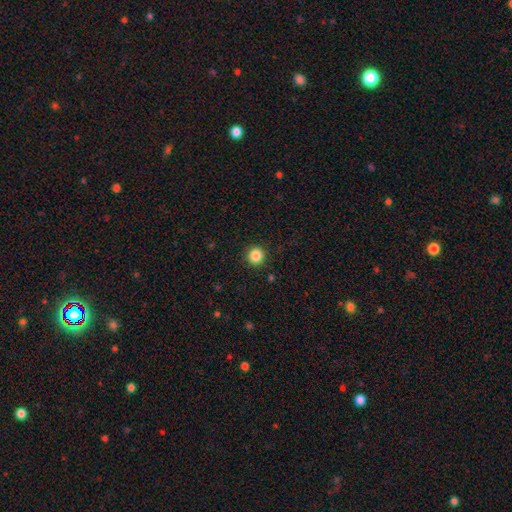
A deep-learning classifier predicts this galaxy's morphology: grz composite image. It shows a smooth galaxy with no disk features (86%) that is round (94%). Merging: none (92%).